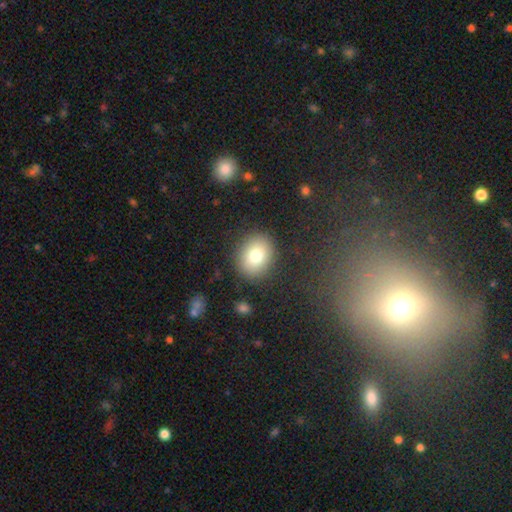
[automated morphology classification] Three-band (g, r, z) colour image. It shows a smooth galaxy with no disk features (77%) that is round (64%). Merging: none (87%).